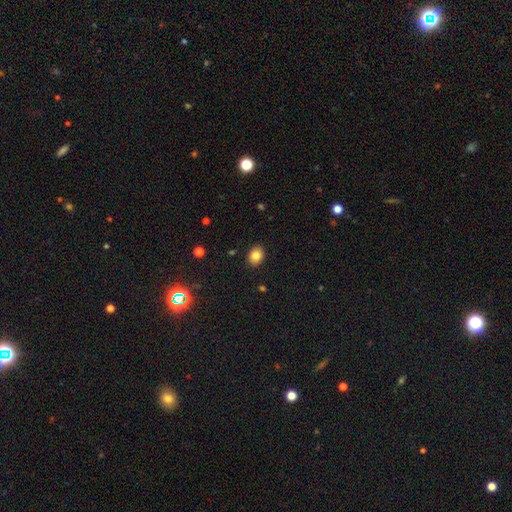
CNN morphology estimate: Overall: smooth (82%). How rounded: in between (54%; round 45%). Merging: none (90%).